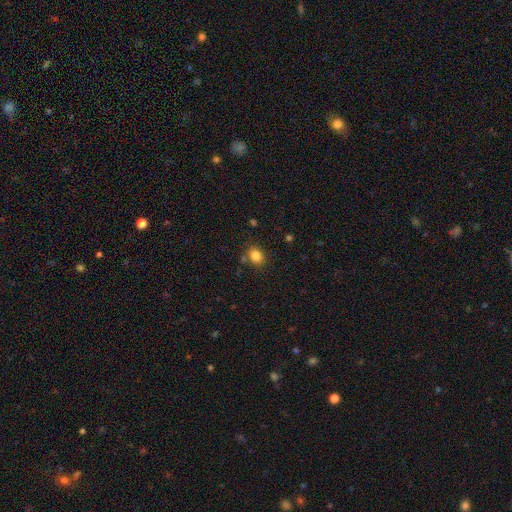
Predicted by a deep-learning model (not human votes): A smooth galaxy with no disk features (84%) that is round (53%).

Vote fractions:
- Smooth or featured? smooth: 84% / star or artifact: 11% / featured or disk: 5%
- How rounded? round: 53% / in between: 46% / cigar-shaped: 1%
- Merging? none: 80% / minor disturbance: 12% / merger: 5% / major disturbance: 3%